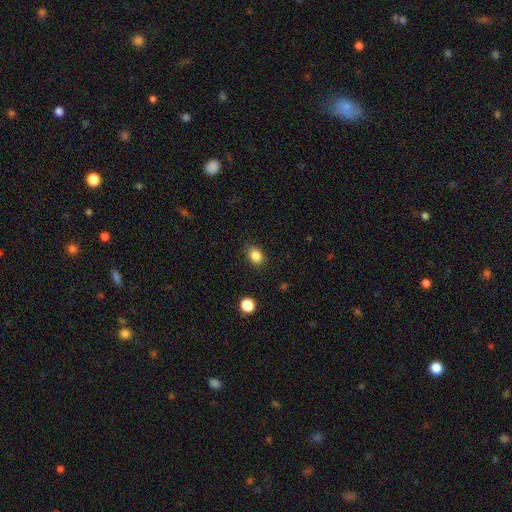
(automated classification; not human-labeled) A smooth galaxy with no disk features (85%) that is in between round and cigar-shaped (65%). Merging: none (82%).